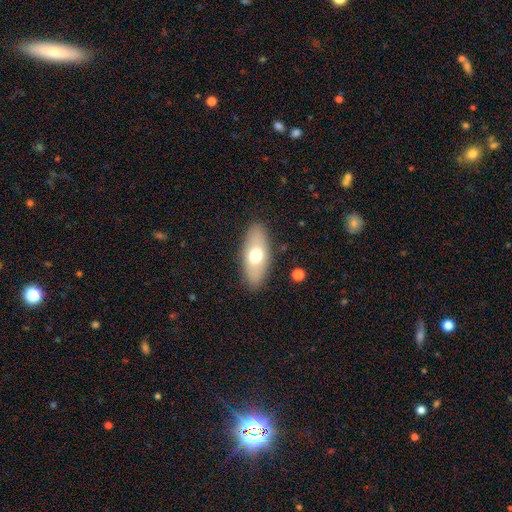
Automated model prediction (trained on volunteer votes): Morphology: type=smooth (65%); roundness=in between (83%); merging=none (86%).